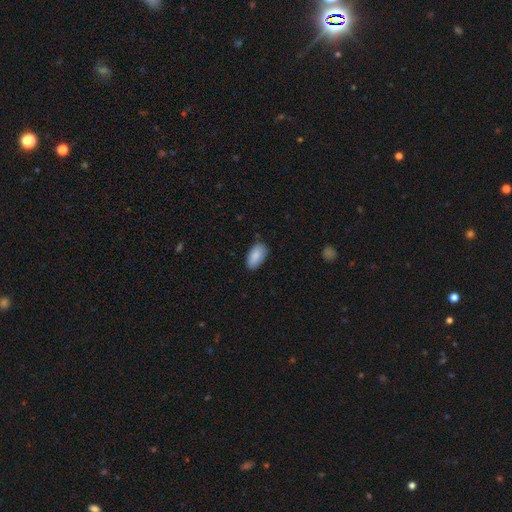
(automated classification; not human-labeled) Smooth or featured? smooth (88%)
How rounded? in between (94%)
Merging? none (83%)